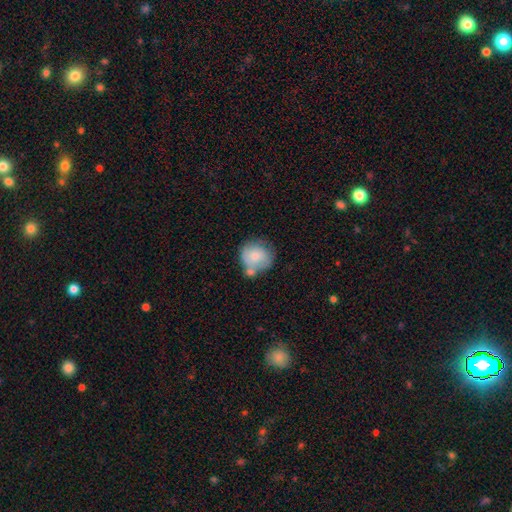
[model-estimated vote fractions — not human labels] Q: Smooth or featured?
A: smooth (73%); runner-up: featured or disk (21%)
Q: How rounded?
A: round (84%); runner-up: in between (15%)
Q: Merging?
A: none (42%); runner-up: merger (29%)